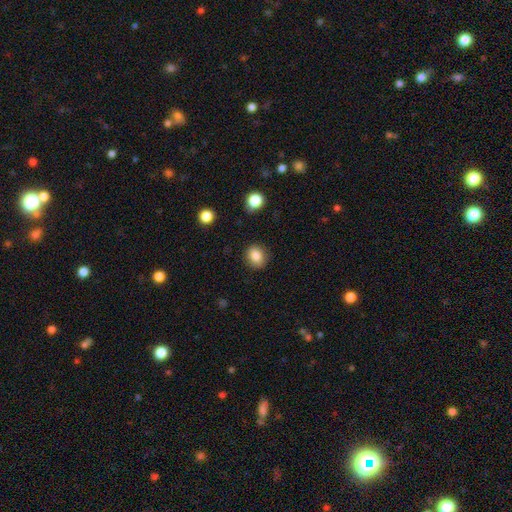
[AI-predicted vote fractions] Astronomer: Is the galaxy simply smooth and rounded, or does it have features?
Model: smooth — 84%.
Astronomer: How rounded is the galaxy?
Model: round — 71%.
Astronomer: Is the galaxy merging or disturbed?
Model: none — 86%.